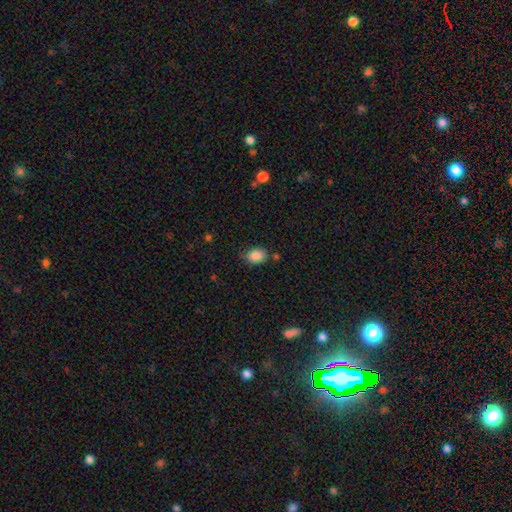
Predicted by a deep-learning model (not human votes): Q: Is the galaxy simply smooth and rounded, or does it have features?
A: smooth — 86%.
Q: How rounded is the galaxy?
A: in between — 69%.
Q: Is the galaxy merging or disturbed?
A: none — 71%.